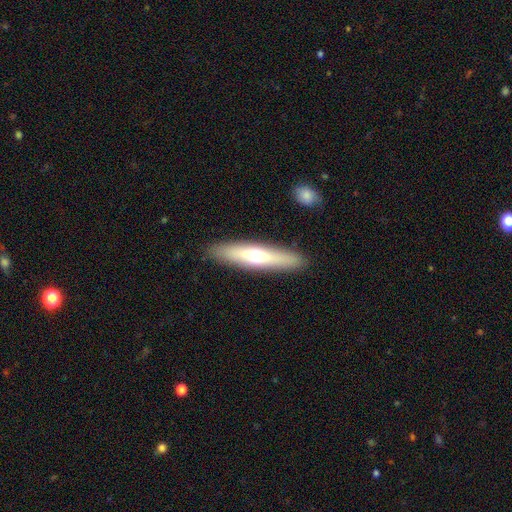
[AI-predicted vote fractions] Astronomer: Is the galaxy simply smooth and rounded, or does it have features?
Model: smooth — 54% (runner-up: featured or disk, 40%).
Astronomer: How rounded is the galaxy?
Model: cigar-shaped — 83%.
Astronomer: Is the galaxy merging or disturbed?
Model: none — 90%.